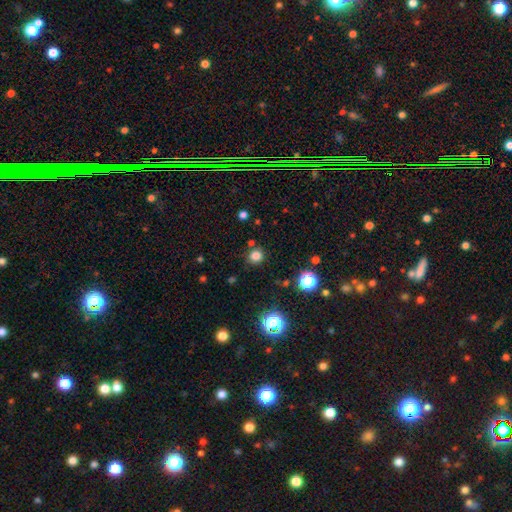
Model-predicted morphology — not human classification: Smooth or featured? Predicted: smooth (p=0.79). How rounded? Predicted: round (p=0.91). Merging? Predicted: none (p=0.86).